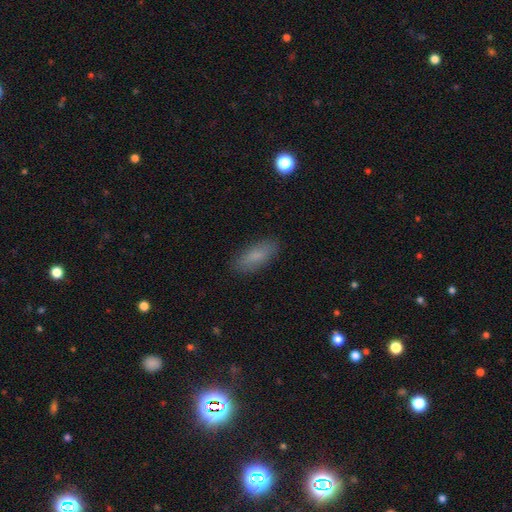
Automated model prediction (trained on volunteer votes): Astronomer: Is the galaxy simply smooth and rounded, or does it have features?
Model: smooth — 81%.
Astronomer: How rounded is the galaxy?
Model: in between — 72%.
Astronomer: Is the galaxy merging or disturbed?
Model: none — 87%.